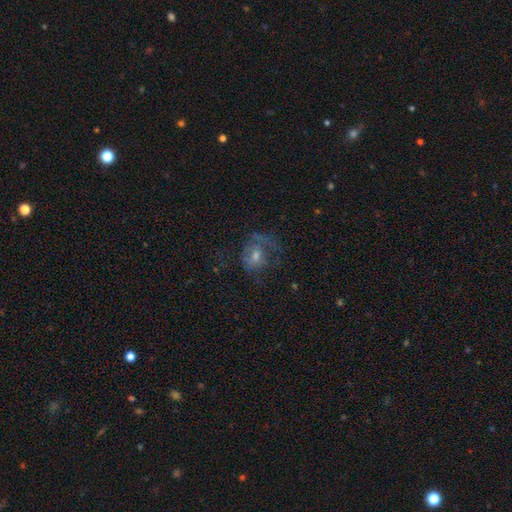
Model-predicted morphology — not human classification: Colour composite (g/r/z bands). It shows a featured or disk galaxy (54%) with no bar (67%), spiral arms (59%) and a moderate central bulge (51%). Merging: none (44%).